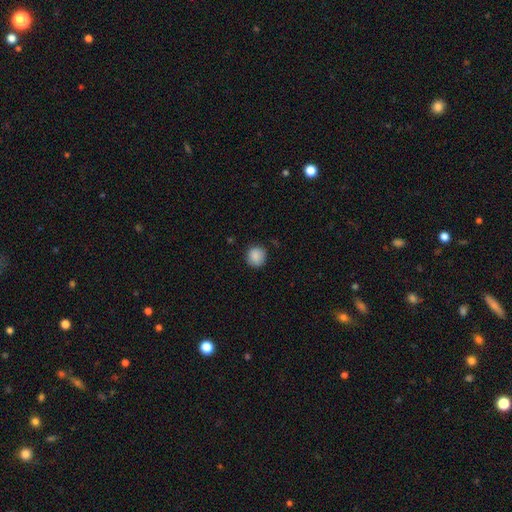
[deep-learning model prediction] A smooth galaxy with no disk features (88%) that is round (88%). Merging: none (84%).